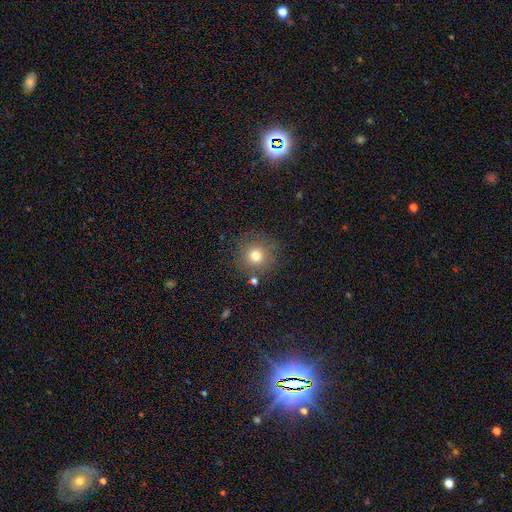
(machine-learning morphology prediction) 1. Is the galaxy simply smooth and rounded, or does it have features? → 76% smooth, 15% star or artifact, 9% featured or disk.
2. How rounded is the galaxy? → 93% round, 6% in between, 1% cigar-shaped.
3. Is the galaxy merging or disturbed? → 84% none, 9% minor disturbance, 3% major disturbance, 3% merger.